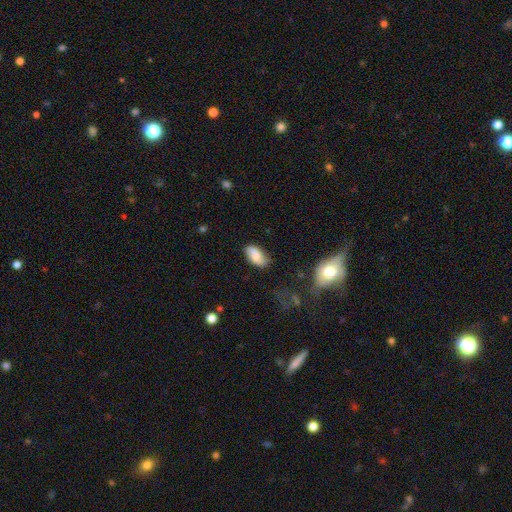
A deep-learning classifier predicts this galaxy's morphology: type=smooth (70%); roundness=in between (92%); merging=none (74%).